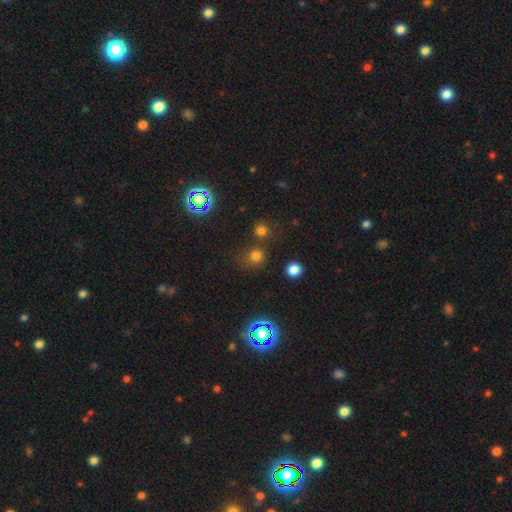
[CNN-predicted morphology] smooth 68%, star or artifact 26%, featured or disk 6%. Down the decision tree: how rounded — round (89%); merging — none (71%).